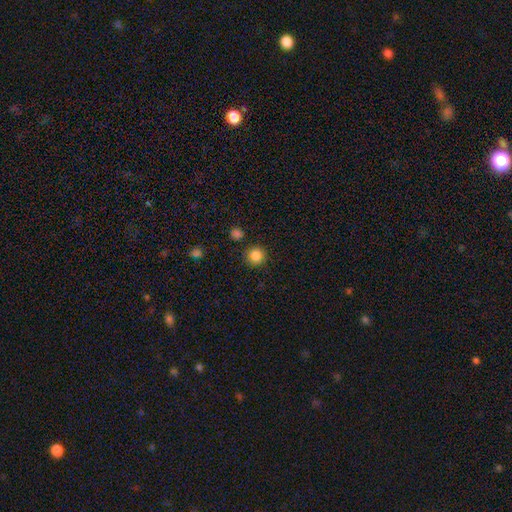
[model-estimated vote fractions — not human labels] A smooth galaxy with no disk features (85%) that is round (95%). Merging: none (89%).